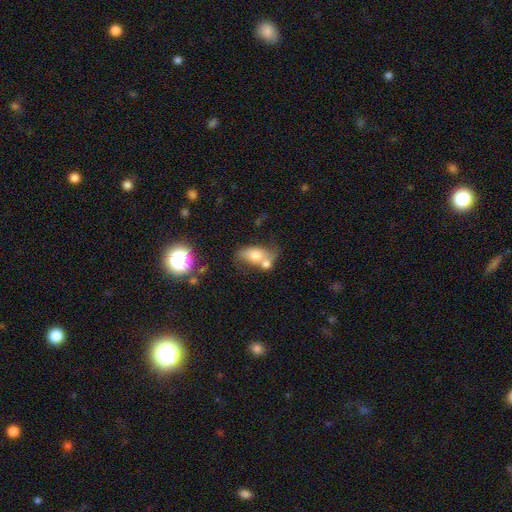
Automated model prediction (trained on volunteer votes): smooth-or-featured: smooth: 57% | featured or disk: 31% | star or artifact: 11%
  how-rounded: in between: 81% | round: 15% | cigar-shaped: 4%
  merging: merger: 41% | none: 32% | minor disturbance: 17% | major disturbance: 11%